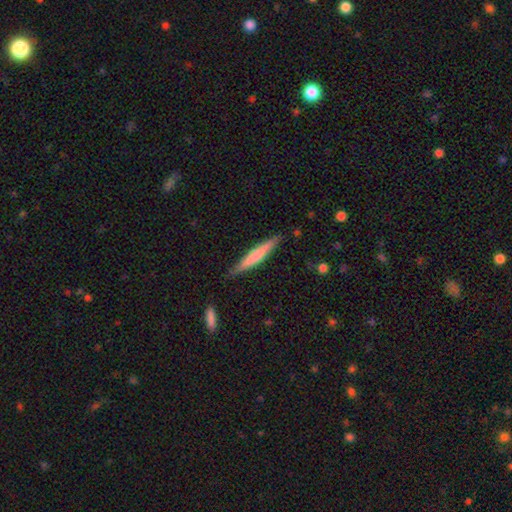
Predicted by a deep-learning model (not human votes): Smooth or featured? Predicted: smooth (p=0.59). How rounded? Predicted: cigar-shaped (p=0.94). Merging? Predicted: none (p=0.86).